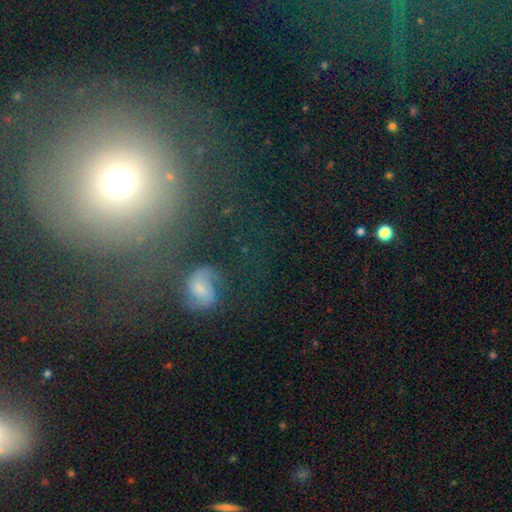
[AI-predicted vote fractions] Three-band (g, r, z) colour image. It shows a smooth galaxy with no disk features (37%, tied with featured or disk). Merging: none (54%).